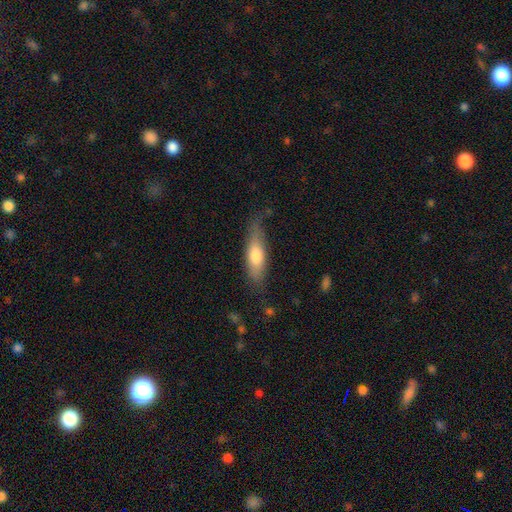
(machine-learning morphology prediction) Overall: smooth (68%). How rounded: in between (49%; cigar-shaped 48%). Merging: none (62%; minor disturbance 27%).